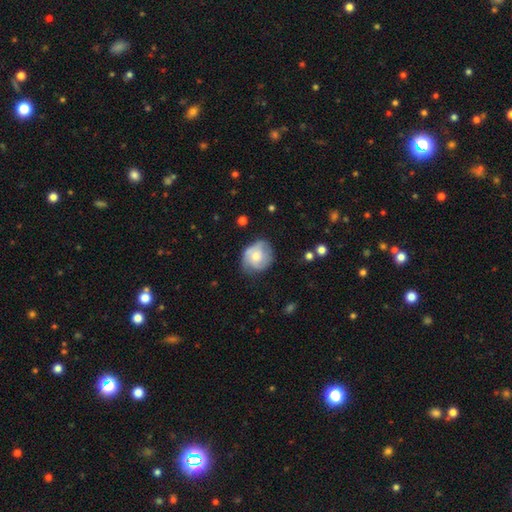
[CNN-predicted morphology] Overall: featured or disk (48%; smooth 45%). Merging: none (61%; minor disturbance 27%).